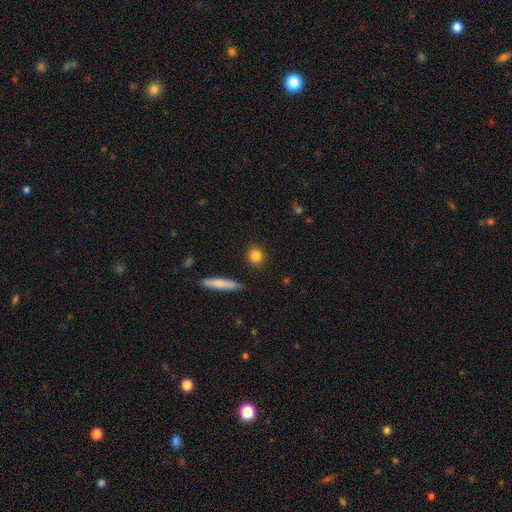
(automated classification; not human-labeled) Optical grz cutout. It shows a smooth galaxy with no disk features (84%) that is round (76%). Merging: none (90%).